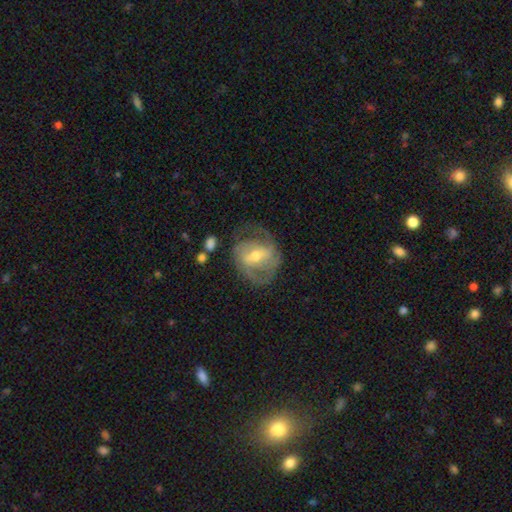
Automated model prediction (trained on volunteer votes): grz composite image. It shows a featured or disk galaxy (79%) with a strong bar (42%), 2 (70%) medium (47%) spiral arms (84%) and a moderate central bulge (57%). Merging: none (61%).